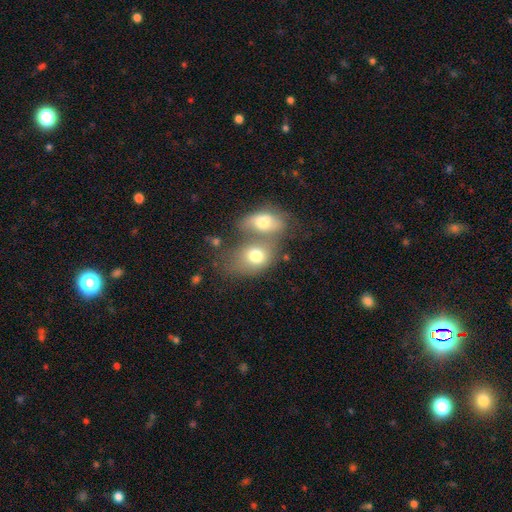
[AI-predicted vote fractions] The model was most divided on "how rounded": in between: 69%, round: 29%, cigar-shaped: 1%. More confident: smooth or featured — smooth (72%); merging — merger (62%).